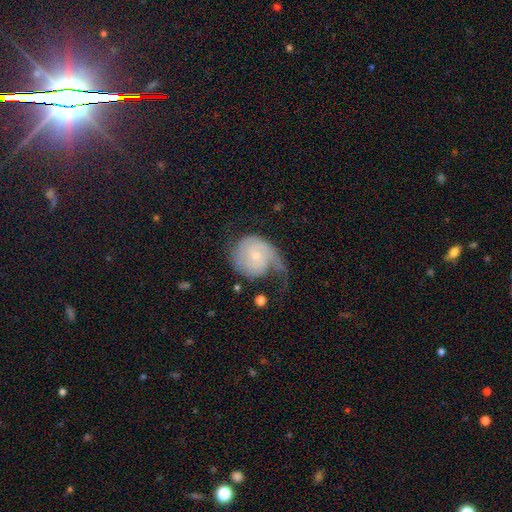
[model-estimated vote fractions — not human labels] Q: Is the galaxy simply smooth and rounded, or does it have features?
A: featured or disk — 71%.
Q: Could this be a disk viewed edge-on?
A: no — 98%.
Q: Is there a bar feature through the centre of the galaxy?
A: no — 69%.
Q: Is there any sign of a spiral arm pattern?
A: yes — 91%.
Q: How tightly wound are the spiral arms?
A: tight — 35%.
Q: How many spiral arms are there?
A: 1 — 45%.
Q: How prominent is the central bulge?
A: small — 64%.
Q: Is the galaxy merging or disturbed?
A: major disturbance — 39%.